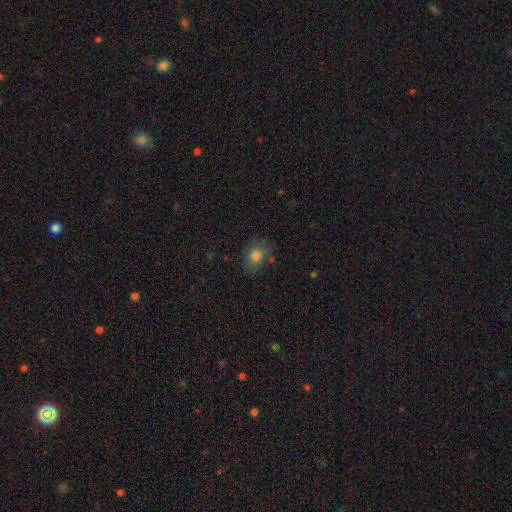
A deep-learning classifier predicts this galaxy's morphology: smooth-or-featured: smooth: 78% | star or artifact: 13% | featured or disk: 10%
  how-rounded: in between: 63% | round: 36% | cigar-shaped: 1%
  merging: none: 73% | minor disturbance: 18% | major disturbance: 5% | merger: 3%